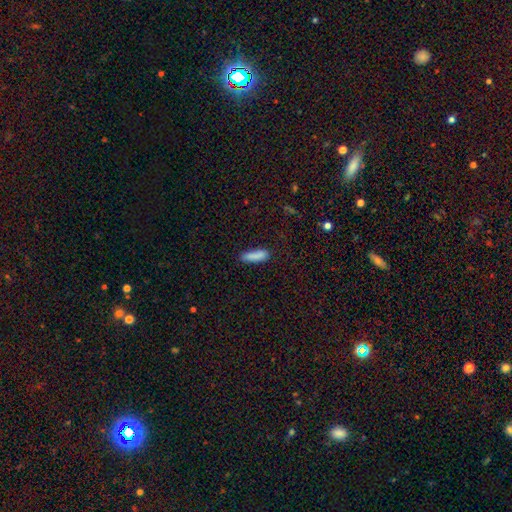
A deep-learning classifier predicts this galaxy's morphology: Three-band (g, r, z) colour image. It shows a smooth galaxy with no disk features (86%) that is cigar-shaped (67%). Merging: none (77%).